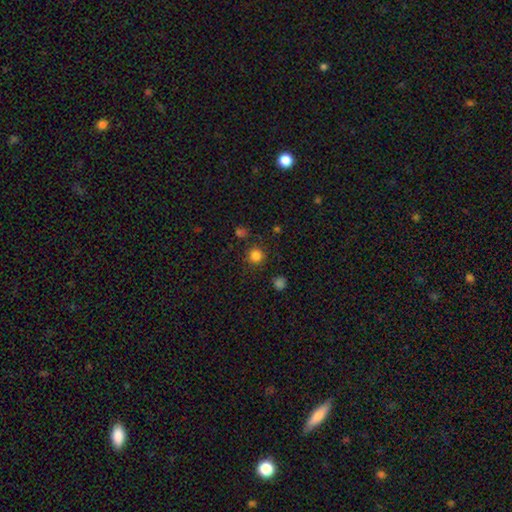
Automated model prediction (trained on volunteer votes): Smooth or featured: smooth — 82% (star or artifact — 14%)
How rounded: round — 94% (in between — 5%)
Merging: none — 88% (minor disturbance — 7%)